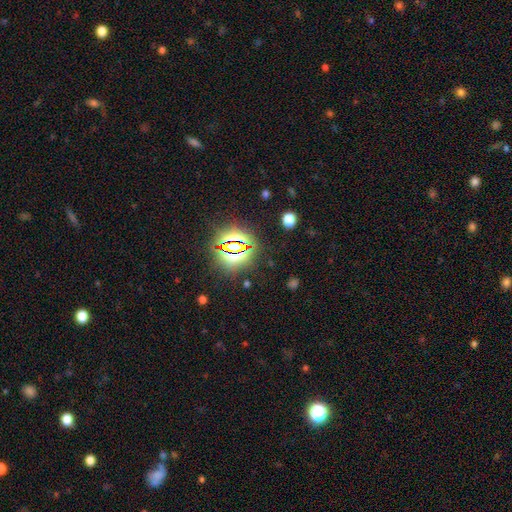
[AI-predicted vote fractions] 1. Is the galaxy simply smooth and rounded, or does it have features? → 81% star or artifact, 12% smooth, 7% featured or disk.